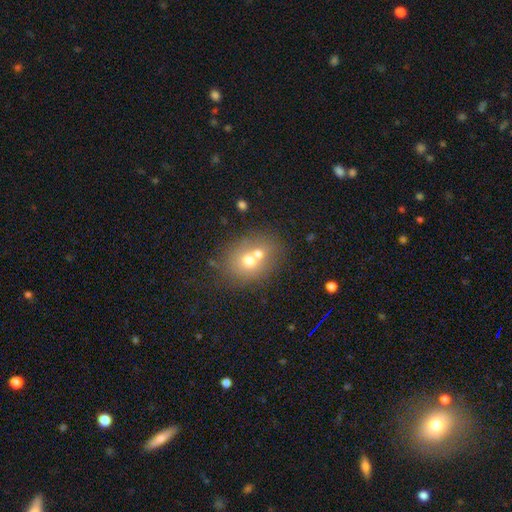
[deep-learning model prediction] smooth 61%, featured or disk 24%, star or artifact 15%. Down the decision tree: how rounded — round (59%); merging — merger (51%).